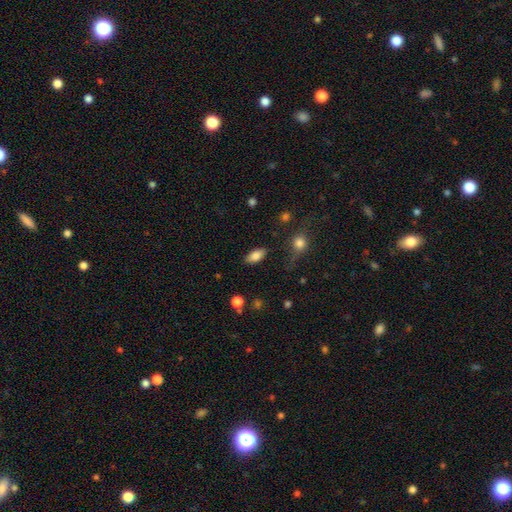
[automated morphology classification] Q: Smooth or featured?
A: smooth (82%); runner-up: featured or disk (11%)
Q: How rounded?
A: in between (90%); runner-up: cigar-shaped (7%)
Q: Merging?
A: none (82%); runner-up: minor disturbance (12%)